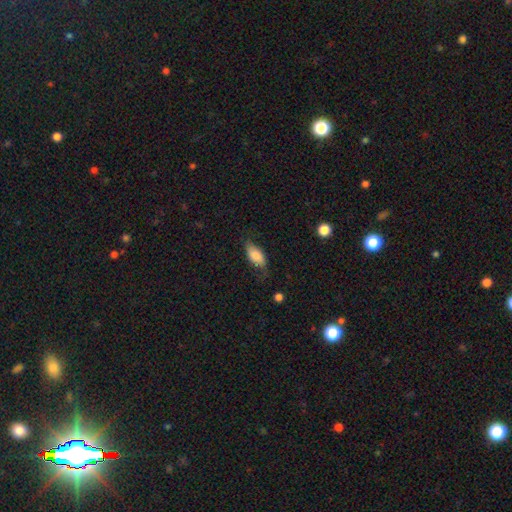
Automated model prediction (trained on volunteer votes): Smooth or featured?
  - smooth: 80% *
  - featured or disk: 13%
  - star or artifact: 7%
How rounded?
  - in between: 89% *
  - cigar-shaped: 7%
  - round: 3%
Merging?
  - none: 61% *
  - minor disturbance: 28%
  - major disturbance: 9%
  - merger: 2%